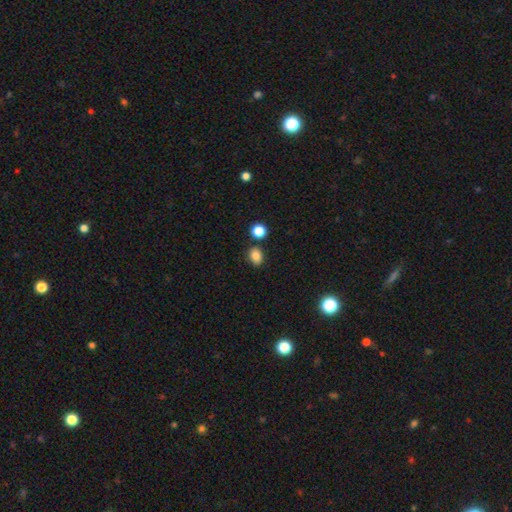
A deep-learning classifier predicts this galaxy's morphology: The model was most divided on "how rounded": in between: 59%, round: 40%, cigar-shaped: 1%. More confident: smooth or featured — smooth (84%); merging — none (79%).